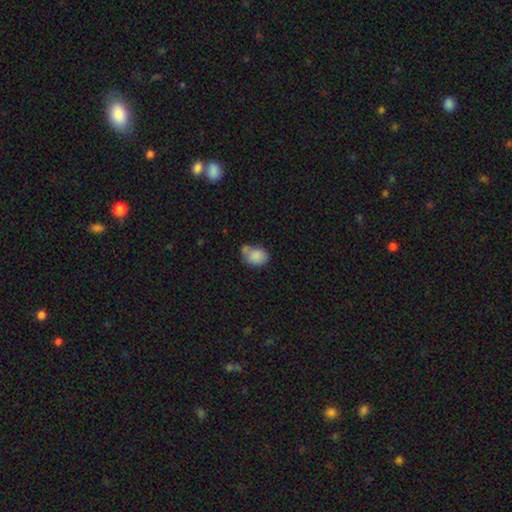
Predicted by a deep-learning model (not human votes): Smooth or featured? Predicted: smooth (p=0.83). How rounded? Predicted: in between (p=0.65). Merging? Predicted: none (p=0.43).